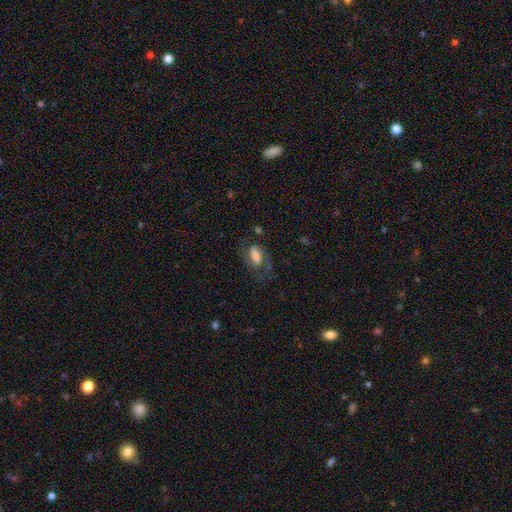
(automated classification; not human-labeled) Smooth or featured? Predicted: featured or disk (p=0.57). Edge-on disk? Predicted: no (p=0.93). Bar? Predicted: weak (p=0.38). Spiral arms? Predicted: yes (p=0.84). Bulge size? Predicted: moderate (p=0.38). Merging? Predicted: none (p=0.58).